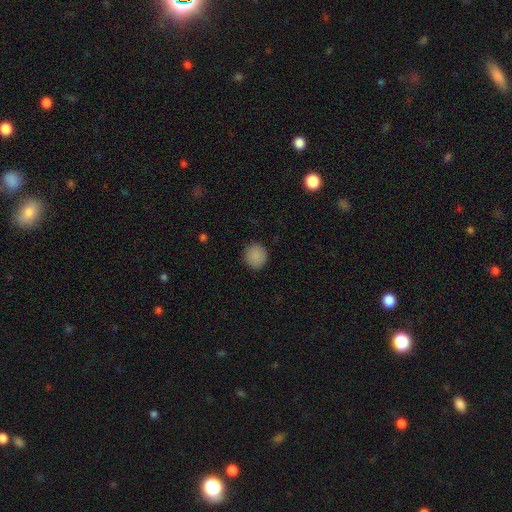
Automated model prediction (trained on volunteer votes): Smooth or featured: smooth — 88% (star or artifact — 9%)
How rounded: round — 92% (in between — 7%)
Merging: none — 90% (minor disturbance — 7%)